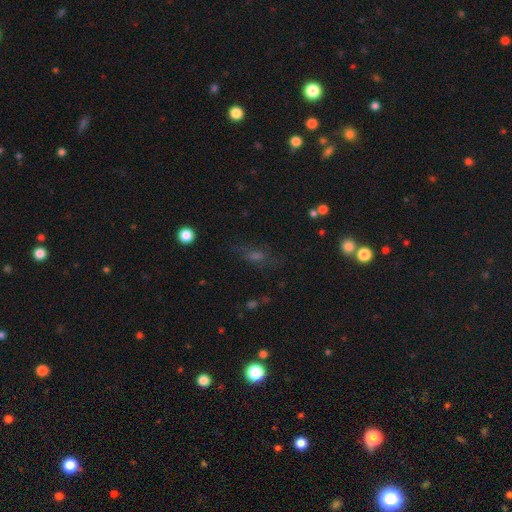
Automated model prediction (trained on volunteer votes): A smooth galaxy with no disk features (43%). Merging: none (64%).